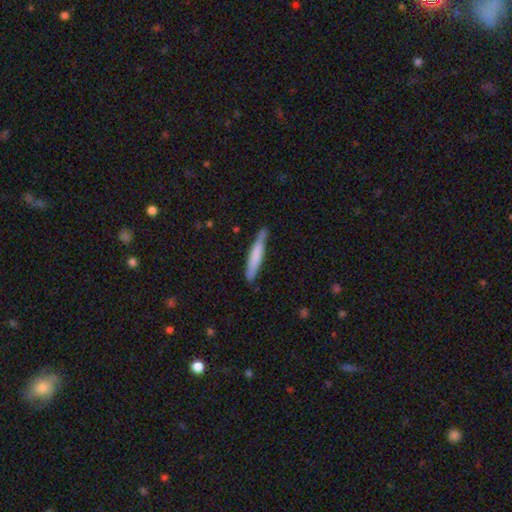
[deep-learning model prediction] Q: Smooth or featured?
A: smooth (69%); runner-up: featured or disk (26%)
Q: How rounded?
A: cigar-shaped (93%); runner-up: in between (6%)
Q: Merging?
A: none (77%); runner-up: minor disturbance (17%)